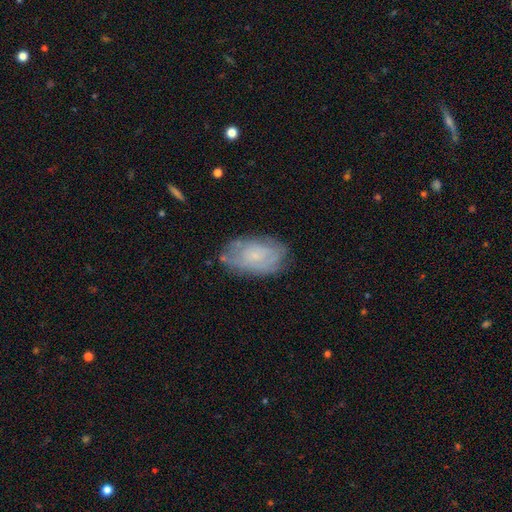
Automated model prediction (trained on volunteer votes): smooth-or-featured: featured or disk: 49% | smooth: 43% | star or artifact: 8%
  merging: none: 71% | minor disturbance: 22% | major disturbance: 6% | merger: 2%